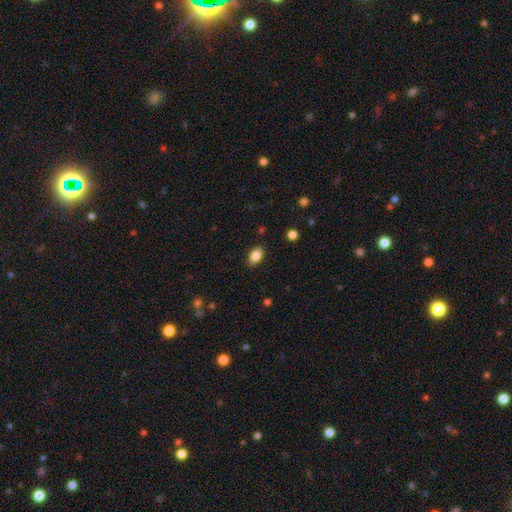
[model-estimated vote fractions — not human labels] Smooth or featured?
  - smooth: 85% *
  - star or artifact: 8%
  - featured or disk: 7%
How rounded?
  - in between: 89% *
  - round: 8%
  - cigar-shaped: 2%
Merging?
  - none: 88% *
  - minor disturbance: 9%
  - major disturbance: 2%
  - merger: 1%